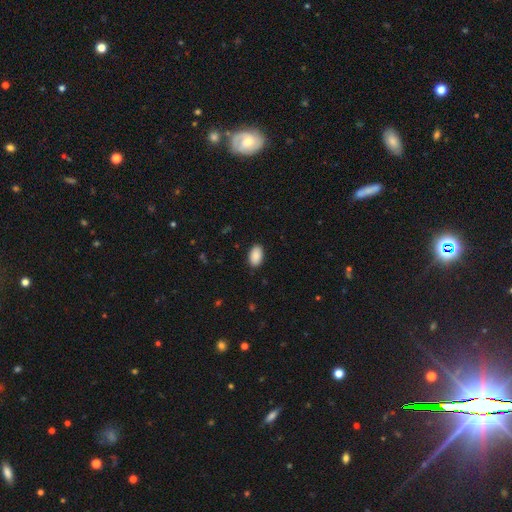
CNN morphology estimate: type=smooth (91%); roundness=in between (93%); merging=none (89%).